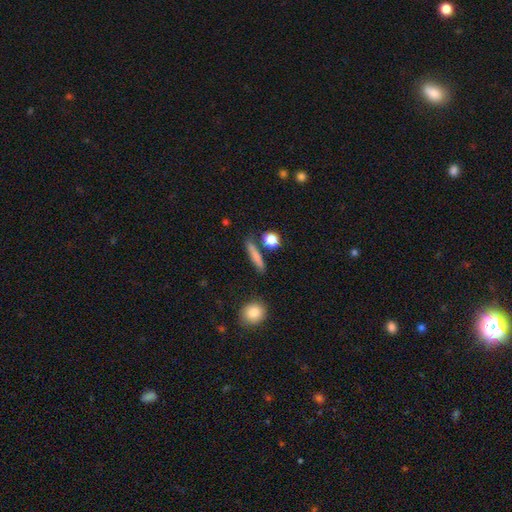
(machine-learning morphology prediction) The model was most divided on "smooth or featured": smooth: 75%, featured or disk: 17%, star or artifact: 8%. More confident: merging — none (79%); how rounded — cigar-shaped (78%).